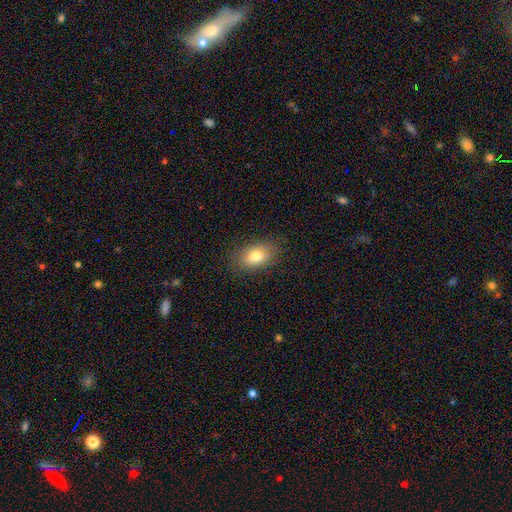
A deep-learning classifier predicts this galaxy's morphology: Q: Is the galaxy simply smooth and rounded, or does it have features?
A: smooth — 79%.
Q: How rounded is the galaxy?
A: in between — 86%.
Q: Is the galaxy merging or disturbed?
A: none — 85%.